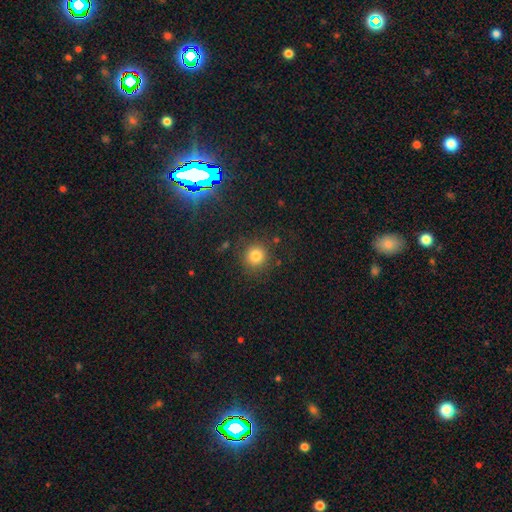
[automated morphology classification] smooth-or-featured: smooth: 79% | star or artifact: 14% | featured or disk: 6%
  how-rounded: round: 92% | in between: 7% | cigar-shaped: 1%
  merging: none: 85% | minor disturbance: 9% | major disturbance: 4% | merger: 2%